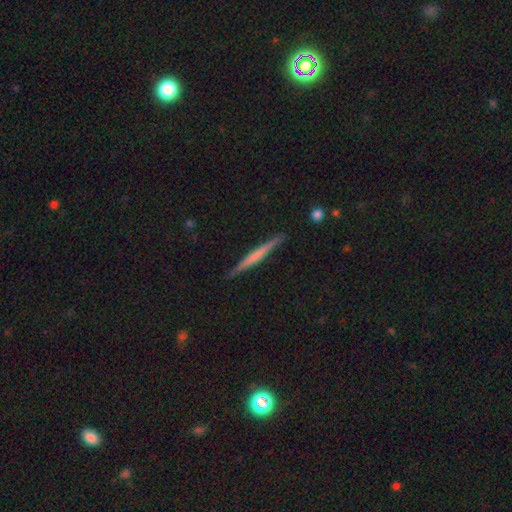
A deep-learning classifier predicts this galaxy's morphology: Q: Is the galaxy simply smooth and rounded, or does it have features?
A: featured or disk — 53%.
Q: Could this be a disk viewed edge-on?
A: yes — 98%.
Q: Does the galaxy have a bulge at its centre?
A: none — 66%.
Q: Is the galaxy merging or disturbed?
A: none — 90%.